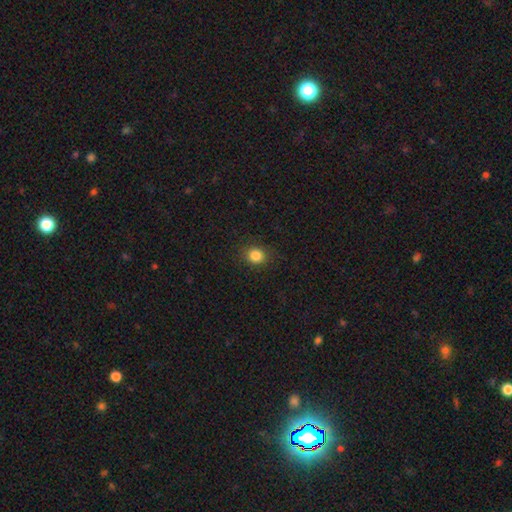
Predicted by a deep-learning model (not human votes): Smooth or featured? smooth (85%)
How rounded? round (76%)
Merging? none (88%)